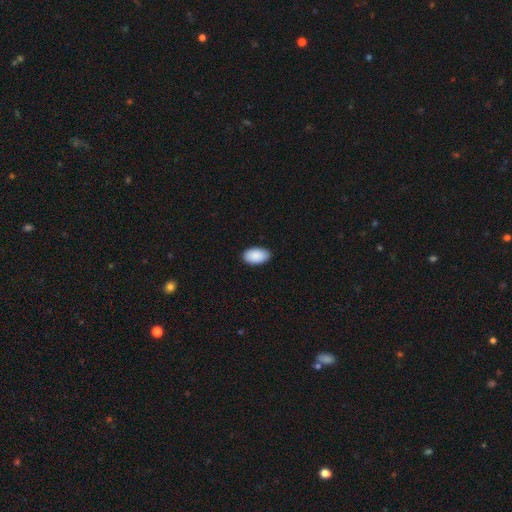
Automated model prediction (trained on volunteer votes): Smooth or featured?
  - smooth: 91% *
  - star or artifact: 6%
  - featured or disk: 3%
How rounded?
  - in between: 95% *
  - round: 4%
  - cigar-shaped: 1%
Merging?
  - none: 88% *
  - minor disturbance: 9%
  - major disturbance: 2%
  - merger: 1%